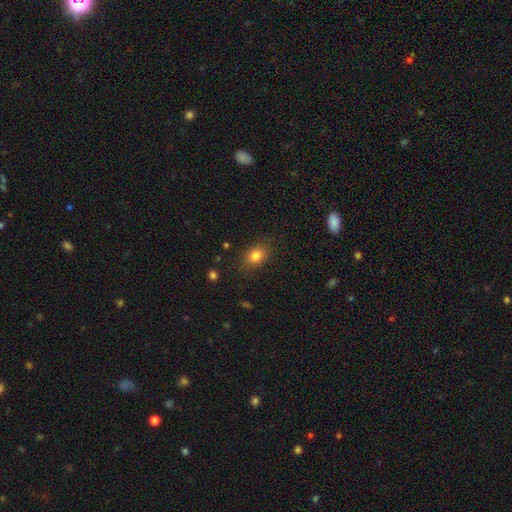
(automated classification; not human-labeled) smooth_or_featured: smooth (p=0.82) [alt: star or artifact p=0.10]
how_rounded: in between (p=0.69) [alt: round p=0.29]
merging: none (p=0.84) [alt: minor disturbance p=0.12]